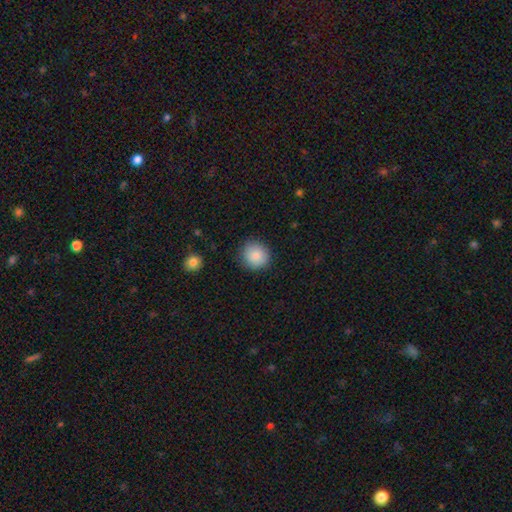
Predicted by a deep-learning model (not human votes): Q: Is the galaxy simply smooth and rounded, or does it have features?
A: smooth — 86%.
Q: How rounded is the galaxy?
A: round — 90%.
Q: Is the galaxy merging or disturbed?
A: none — 87%.